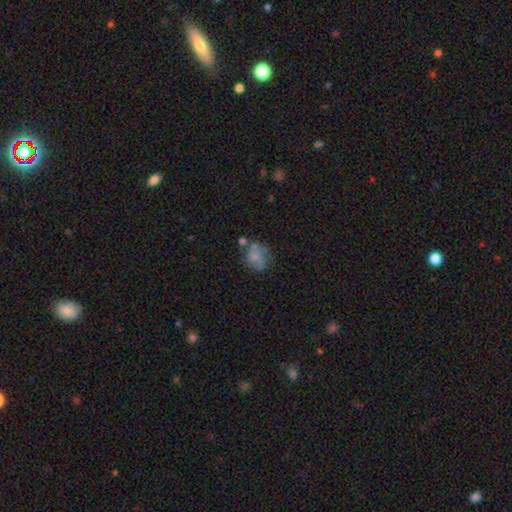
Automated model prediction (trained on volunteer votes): Smooth or featured: smooth — 60% (featured or disk — 29%)
How rounded: round — 65% (in between — 34%)
Merging: none — 43% (minor disturbance — 23%)